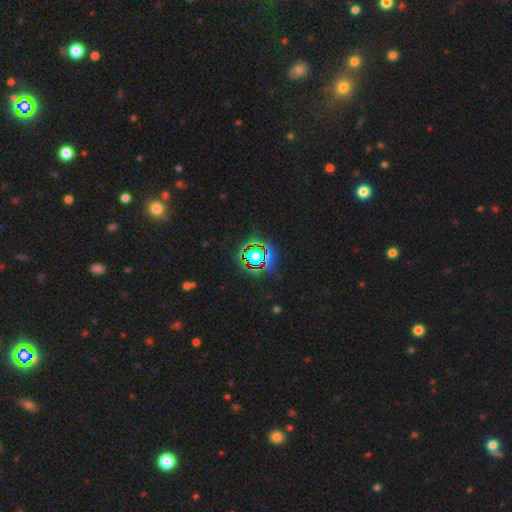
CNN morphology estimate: star or artifact 65%, smooth 23%, featured or disk 12%.